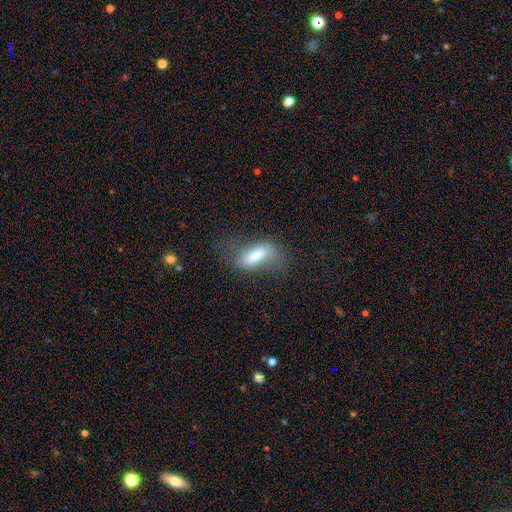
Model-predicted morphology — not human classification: Smooth or featured? Predicted: smooth (p=0.59). How rounded? Predicted: in between (p=0.71). Merging? Predicted: none (p=0.48).